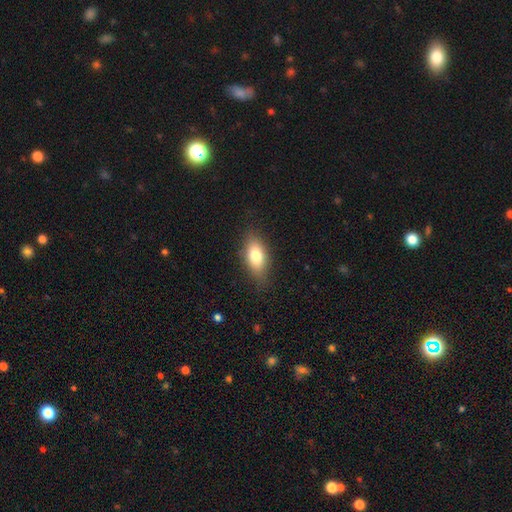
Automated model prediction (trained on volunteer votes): Smooth or featured? smooth (77%)
How rounded? in between (84%)
Merging? none (81%)